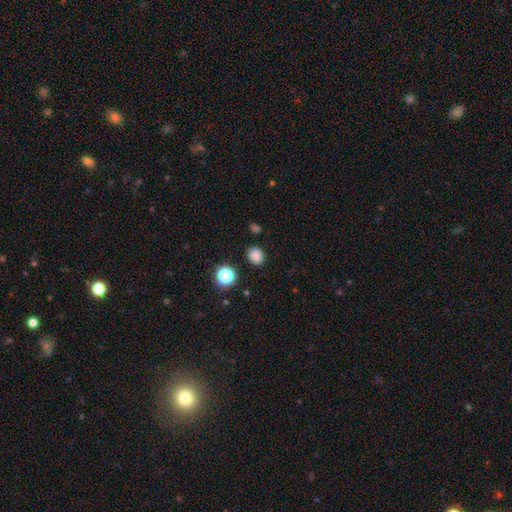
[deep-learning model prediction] Smooth or featured? smooth (82%)
How rounded? round (66%)
Merging? none (87%)